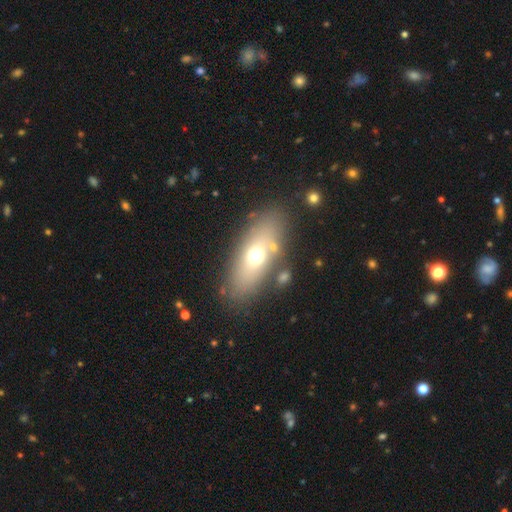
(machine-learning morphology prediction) The model was most divided on "smooth or featured": smooth: 62%, featured or disk: 27%, star or artifact: 10%. More confident: merging — none (80%); how rounded — in between (75%).